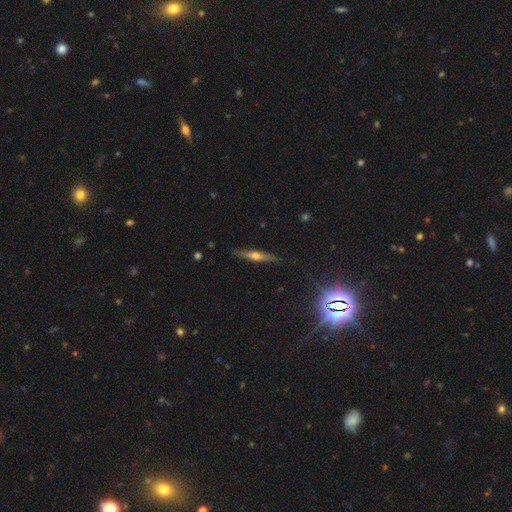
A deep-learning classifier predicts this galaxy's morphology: Smooth or featured? Predicted: featured or disk (p=0.63). Edge-on disk? Predicted: yes (p=0.96). Edge-on bulge? Predicted: rounded (p=0.86). Merging? Predicted: none (p=0.88).